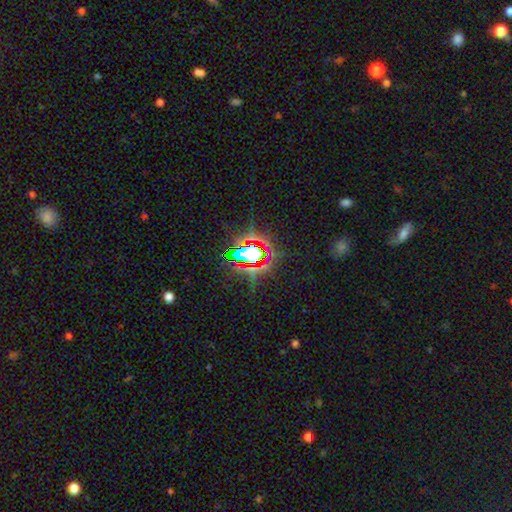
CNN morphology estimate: star or artifact 74%, smooth 15%, featured or disk 11%.